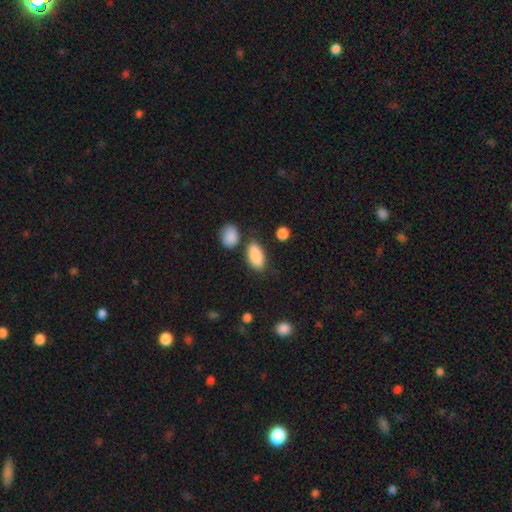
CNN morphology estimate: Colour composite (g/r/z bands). It shows a smooth galaxy with no disk features (88%) that is in between round and cigar-shaped (91%). Merging: none (73%).